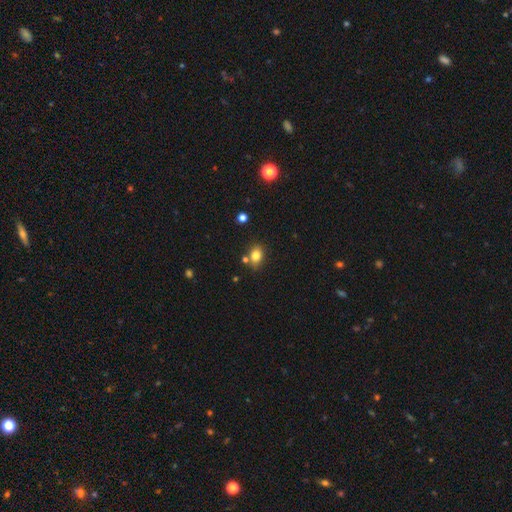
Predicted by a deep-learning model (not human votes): smooth-or-featured: smooth: 80% | star or artifact: 11% | featured or disk: 9%
  how-rounded: in between: 66% | round: 33% | cigar-shaped: 2%
  merging: none: 69% | minor disturbance: 14% | merger: 13% | major disturbance: 4%